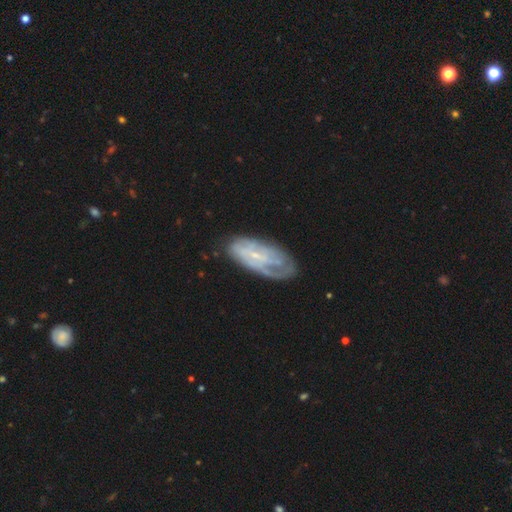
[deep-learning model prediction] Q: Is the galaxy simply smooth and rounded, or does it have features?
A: featured or disk — 67%.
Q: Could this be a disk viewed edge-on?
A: no — 91%.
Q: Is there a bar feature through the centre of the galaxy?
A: no — 54%.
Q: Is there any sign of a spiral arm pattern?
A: yes — 71%.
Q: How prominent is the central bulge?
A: small — 74%.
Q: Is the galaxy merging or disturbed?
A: none — 59%.